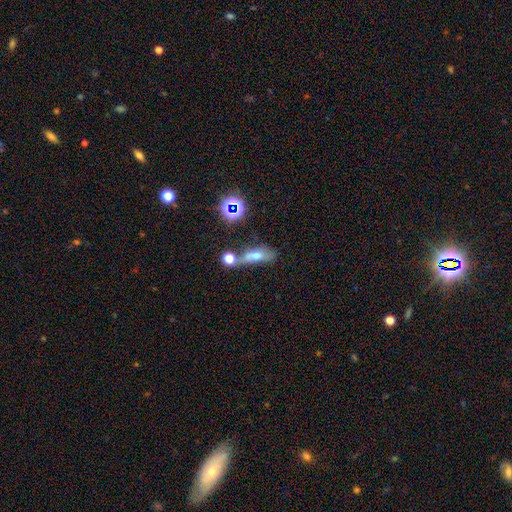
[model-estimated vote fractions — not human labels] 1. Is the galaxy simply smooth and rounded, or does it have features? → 55% smooth, 25% featured or disk, 19% star or artifact.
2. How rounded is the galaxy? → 56% in between, 30% cigar-shaped, 14% round.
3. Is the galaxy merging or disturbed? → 35% merger (tied), 35% none (tied), 17% minor disturbance, 14% major disturbance.